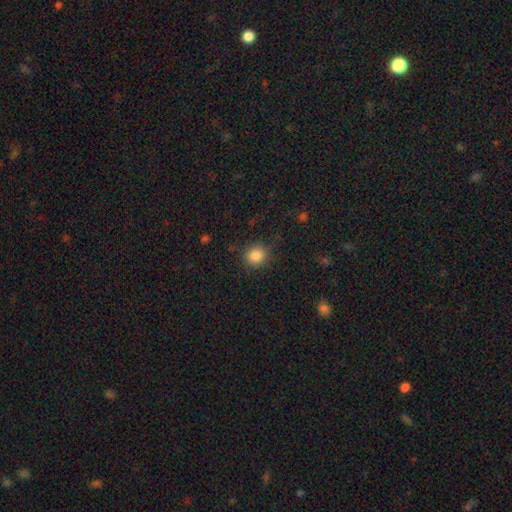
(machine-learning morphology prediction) smooth 86%, star or artifact 10%, featured or disk 4%. Down the decision tree: how rounded — round (78%); merging — none (85%).